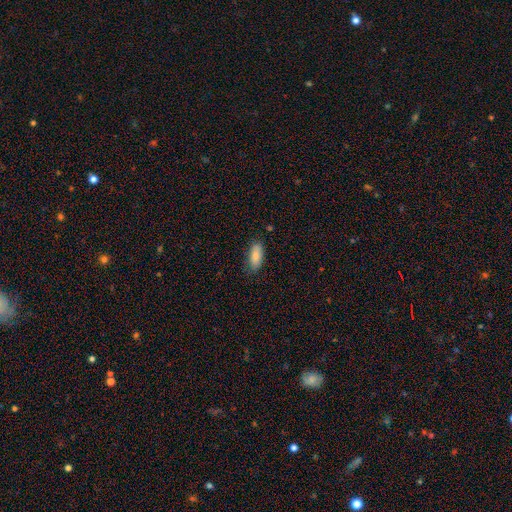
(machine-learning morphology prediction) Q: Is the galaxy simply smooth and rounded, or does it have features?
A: smooth — 83%.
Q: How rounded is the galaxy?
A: in between — 81%.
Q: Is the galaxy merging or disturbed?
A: none — 79%.